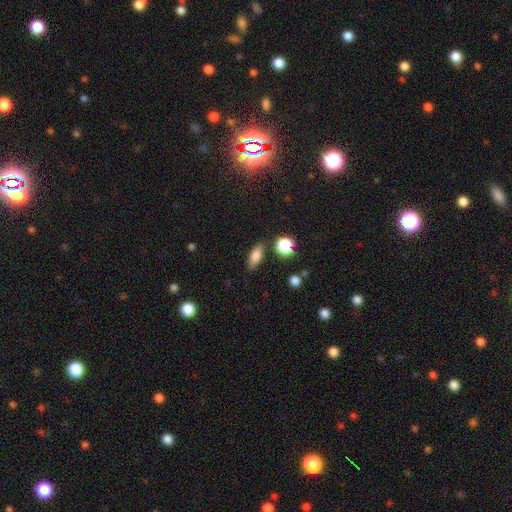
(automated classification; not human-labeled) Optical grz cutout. It shows a smooth galaxy with no disk features (77%) that is in between round and cigar-shaped (70%). Merging: none (82%).